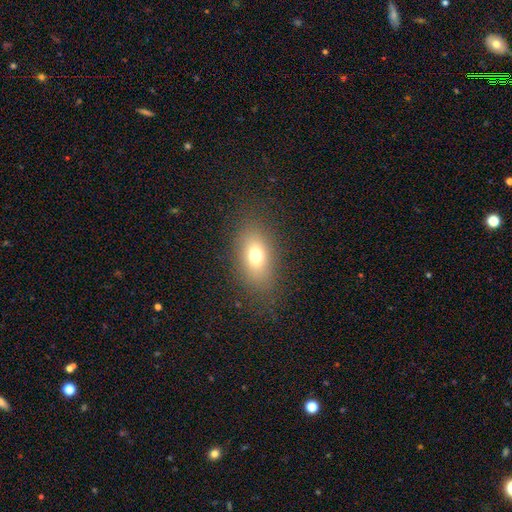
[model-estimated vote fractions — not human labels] smooth-or-featured: smooth: 71% | featured or disk: 16% | star or artifact: 13%
  how-rounded: in between: 81% | round: 15% | cigar-shaped: 5%
  merging: none: 82% | minor disturbance: 11% | major disturbance: 6% | merger: 1%